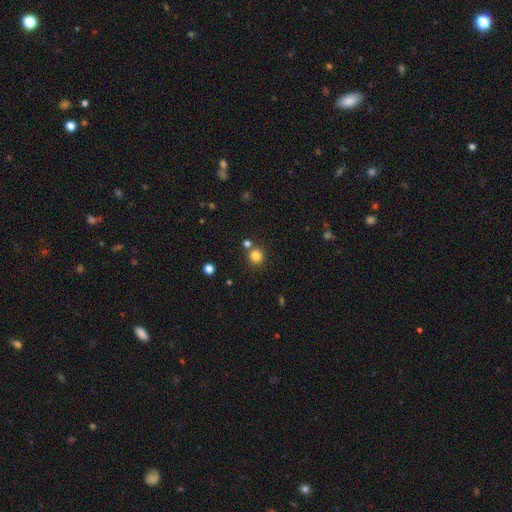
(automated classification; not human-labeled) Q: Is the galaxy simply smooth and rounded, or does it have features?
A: smooth — 81%.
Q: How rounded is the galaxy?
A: round — 91%.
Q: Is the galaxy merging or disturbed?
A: none — 75%.